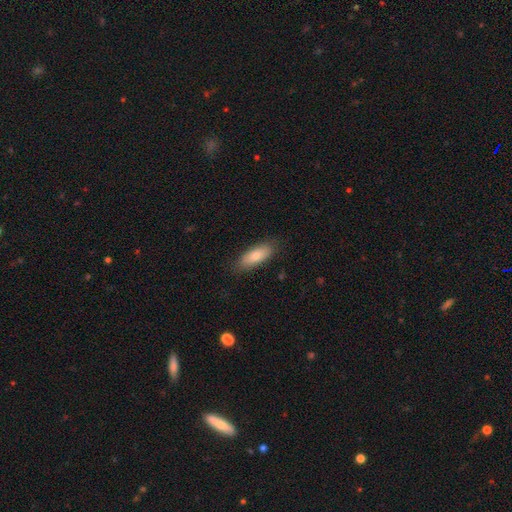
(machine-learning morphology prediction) Q: Smooth or featured?
A: smooth (80%); runner-up: featured or disk (14%)
Q: How rounded?
A: in between (73%); runner-up: cigar-shaped (25%)
Q: Merging?
A: none (84%); runner-up: minor disturbance (12%)